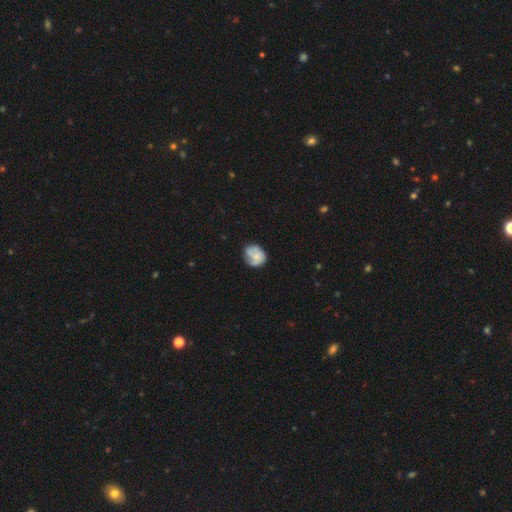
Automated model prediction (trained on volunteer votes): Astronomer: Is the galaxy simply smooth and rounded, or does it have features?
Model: smooth — 55% (runner-up: featured or disk, 37%).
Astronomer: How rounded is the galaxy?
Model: round — 70%.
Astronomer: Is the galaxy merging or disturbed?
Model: none — 57%.